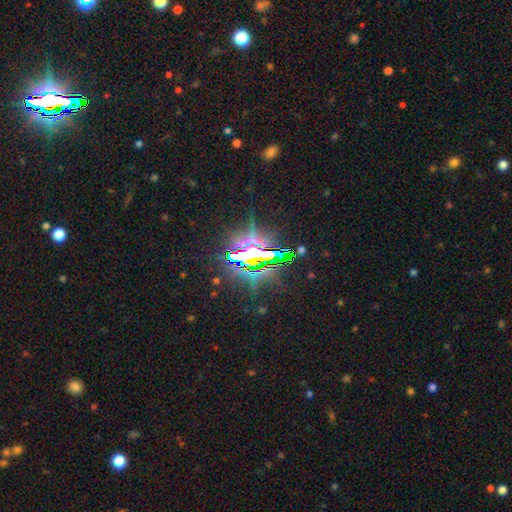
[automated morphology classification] smooth-or-featured: star or artifact: 78% | featured or disk: 14% | smooth: 8%